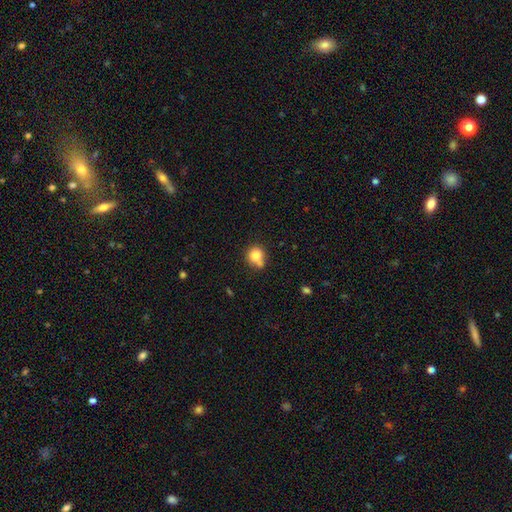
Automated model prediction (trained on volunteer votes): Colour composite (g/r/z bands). It shows a smooth galaxy with no disk features (80%) that is round (82%). Merging: none (52%).